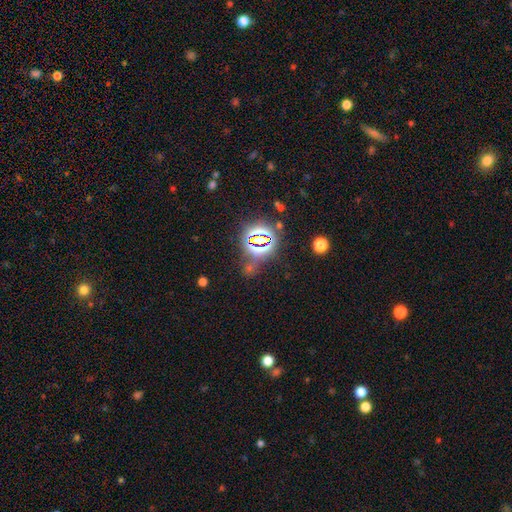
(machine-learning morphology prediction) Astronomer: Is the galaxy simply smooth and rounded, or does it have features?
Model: star or artifact — 80%.